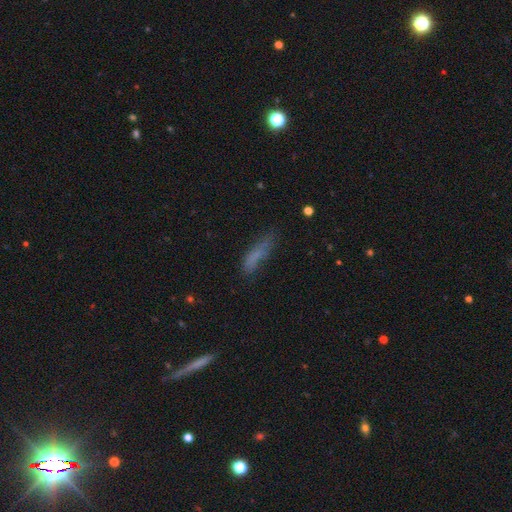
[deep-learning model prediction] This appears to be a smooth galaxy with no disk features (70%) that is cigar-shaped (71%). Merging: none (56%).